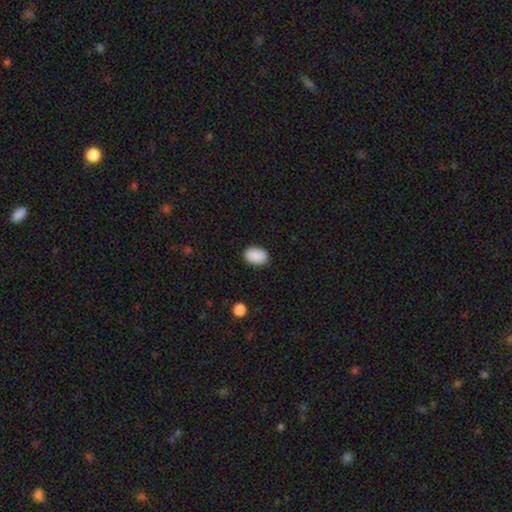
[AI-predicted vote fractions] Smooth or featured: smooth — 90% (star or artifact — 7%)
How rounded: in between — 88% (round — 11%)
Merging: none — 88% (minor disturbance — 9%)